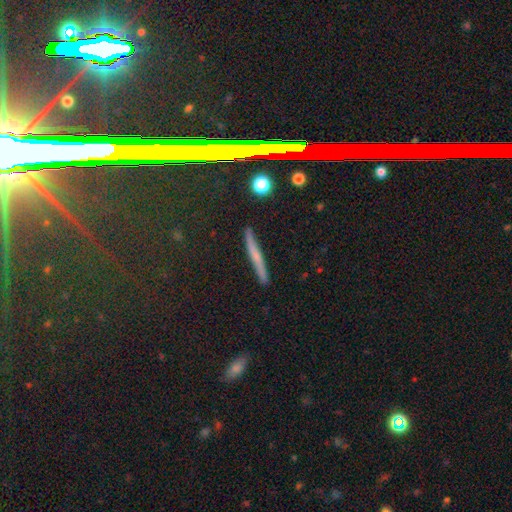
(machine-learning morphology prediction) Overall: featured or disk (46%; smooth 42%). Merging: none (87%).